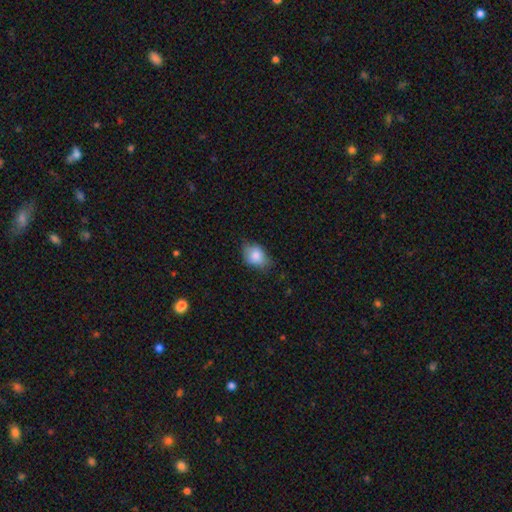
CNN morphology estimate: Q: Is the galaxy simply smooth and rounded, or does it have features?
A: smooth — 83%.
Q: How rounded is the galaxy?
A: in between — 72%.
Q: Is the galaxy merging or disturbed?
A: none — 62%.